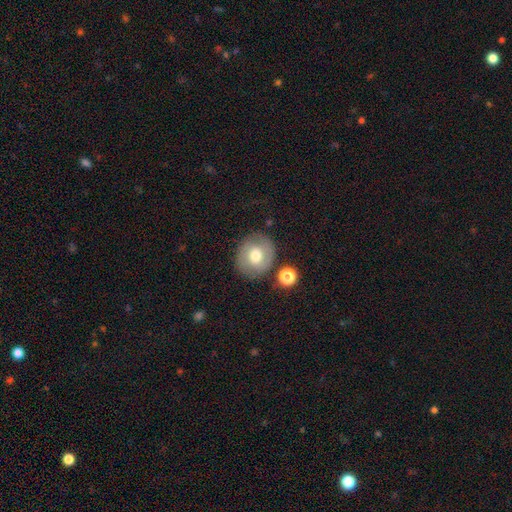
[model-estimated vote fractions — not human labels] This appears to be a smooth galaxy with no disk features (55%) that is round (71%). Merging: none (74%).